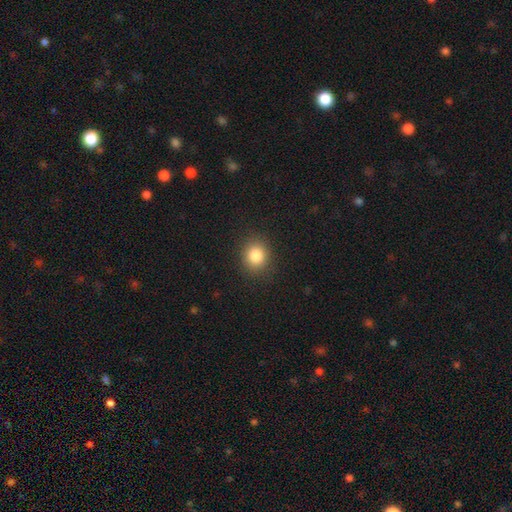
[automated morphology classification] Smooth or featured?
  - smooth: 84% *
  - star or artifact: 11%
  - featured or disk: 6%
How rounded?
  - round: 77% *
  - in between: 22%
  - cigar-shaped: 1%
Merging?
  - none: 89% *
  - minor disturbance: 8%
  - major disturbance: 3%
  - merger: 1%